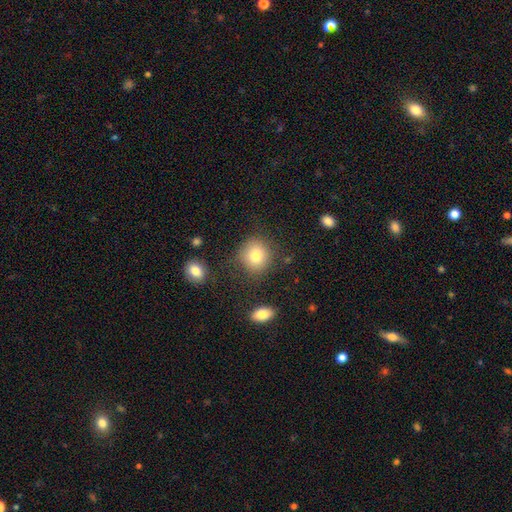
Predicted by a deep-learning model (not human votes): Q: Smooth or featured?
A: smooth (81%); runner-up: star or artifact (10%)
Q: How rounded?
A: round (83%); runner-up: in between (16%)
Q: Merging?
A: none (81%); runner-up: minor disturbance (11%)